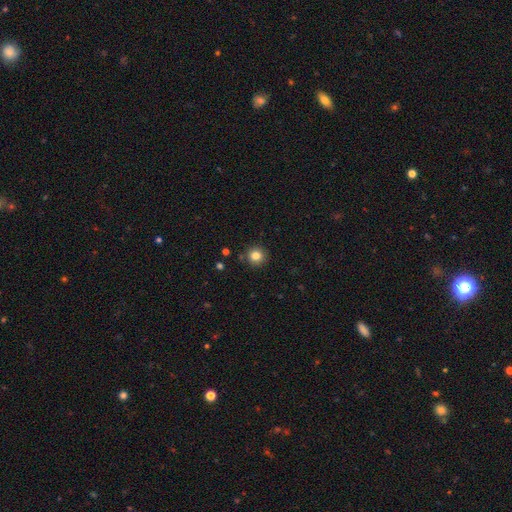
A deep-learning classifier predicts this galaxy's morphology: This appears to be a smooth galaxy with no disk features (82%) that is round (94%). Merging: none (90%).